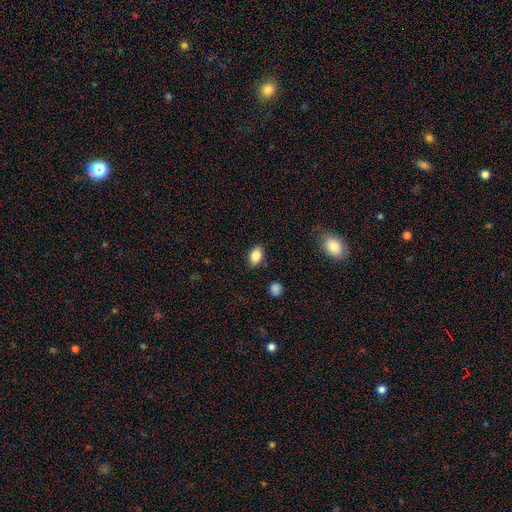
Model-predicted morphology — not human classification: Smooth or featured: smooth — 84% (star or artifact — 9%)
How rounded: in between — 79% (round — 20%)
Merging: none — 85% (minor disturbance — 10%)